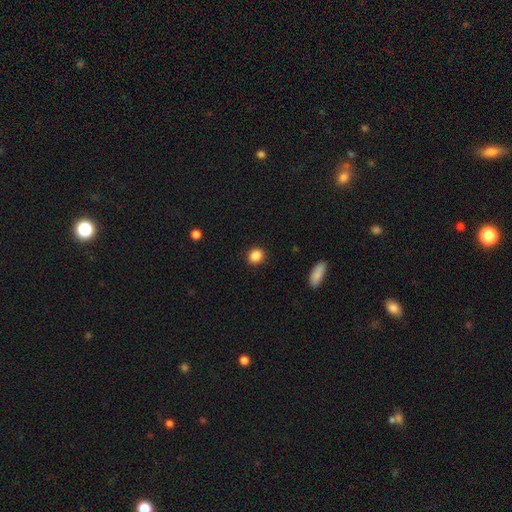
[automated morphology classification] Q: Smooth or featured?
A: smooth (87%); runner-up: star or artifact (9%)
Q: How rounded?
A: round (73%); runner-up: in between (26%)
Q: Merging?
A: none (90%); runner-up: minor disturbance (7%)